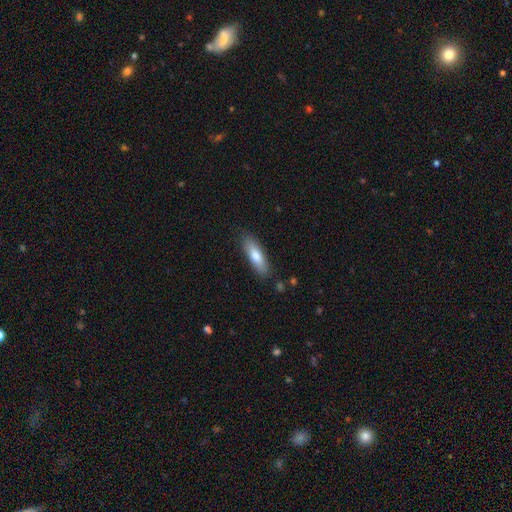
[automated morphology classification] This is likely a smooth galaxy (75%). How rounded: possibly cigar-shaped (54%). Merging: clearly none (85%).